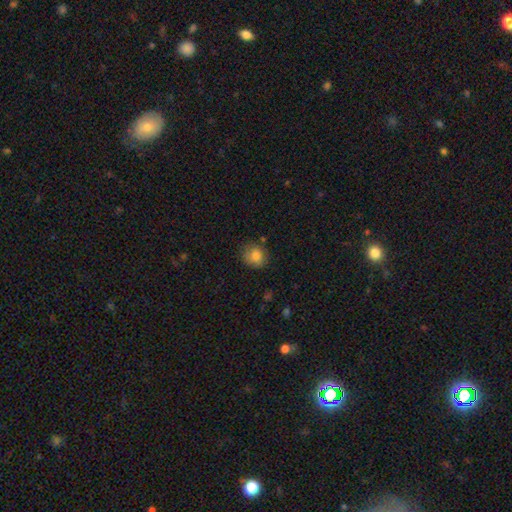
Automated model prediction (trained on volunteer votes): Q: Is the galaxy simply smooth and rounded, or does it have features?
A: smooth — 80%.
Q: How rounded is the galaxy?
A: round — 72%.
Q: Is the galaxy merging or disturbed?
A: none — 74%.